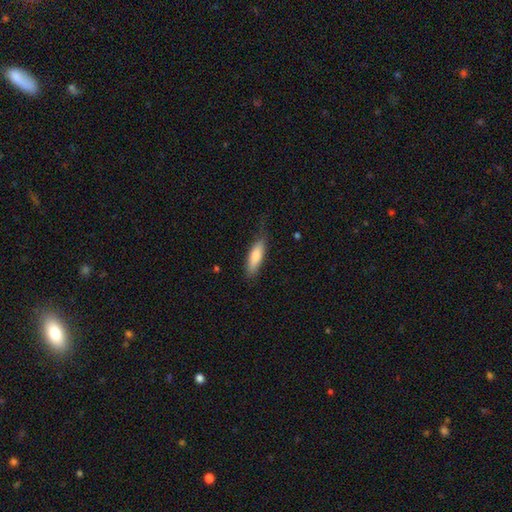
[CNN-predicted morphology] Overall: smooth (79%). How rounded: cigar-shaped (54%; in between 44%). Merging: none (72%).